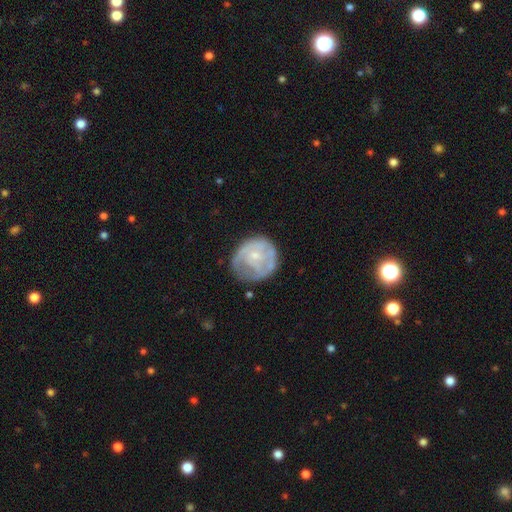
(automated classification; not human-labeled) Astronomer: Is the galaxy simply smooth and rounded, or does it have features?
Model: featured or disk — 61%.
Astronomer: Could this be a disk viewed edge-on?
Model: no — 98%.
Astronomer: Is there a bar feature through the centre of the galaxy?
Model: no — 73%.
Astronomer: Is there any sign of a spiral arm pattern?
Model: yes — 61% (runner-up: no, 39%).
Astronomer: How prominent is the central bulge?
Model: small — 65%.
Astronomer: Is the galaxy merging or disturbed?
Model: none — 59%.